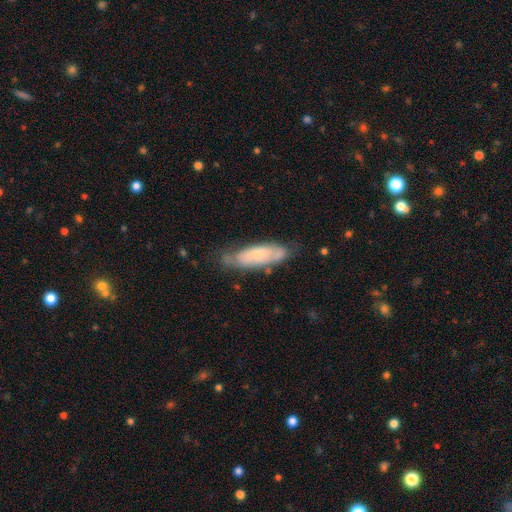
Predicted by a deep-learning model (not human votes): Smooth or featured: featured or disk — 49% (smooth — 44%)
Merging: none — 65% (minor disturbance — 26%)